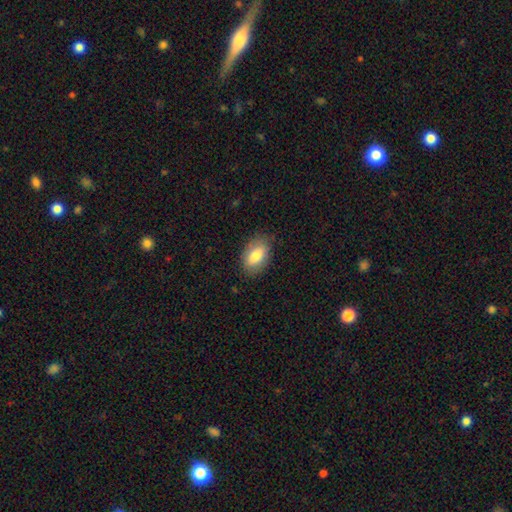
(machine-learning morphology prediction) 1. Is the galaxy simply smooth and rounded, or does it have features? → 80% smooth, 13% featured or disk, 7% star or artifact.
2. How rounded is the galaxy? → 91% in between, 7% round, 2% cigar-shaped.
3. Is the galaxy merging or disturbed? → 81% none, 14% minor disturbance, 3% major disturbance, 1% merger.